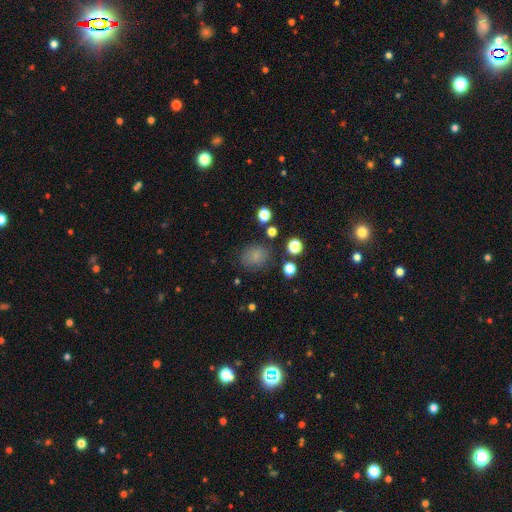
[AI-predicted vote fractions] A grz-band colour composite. It shows a smooth galaxy with no disk features (78%) that is round (61%). Merging: none (76%).